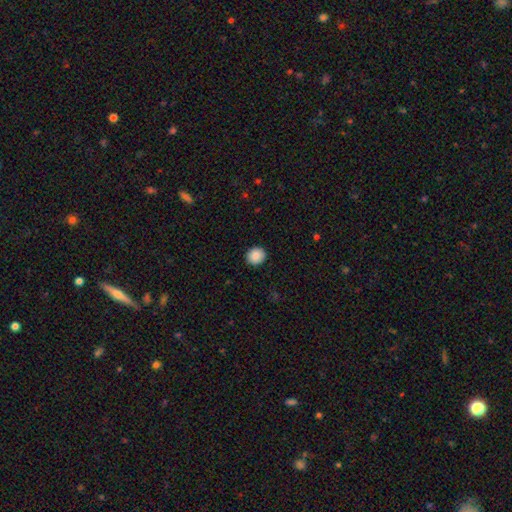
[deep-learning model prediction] Smooth or featured?
  - smooth: 89% *
  - star or artifact: 8%
  - featured or disk: 3%
How rounded?
  - round: 83% *
  - in between: 16%
  - cigar-shaped: 1%
Merging?
  - none: 92% *
  - minor disturbance: 6%
  - major disturbance: 2%
  - merger: 1%